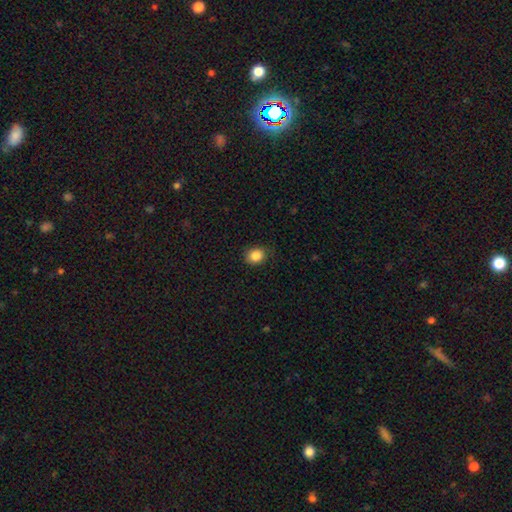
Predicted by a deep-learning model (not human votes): Overall: smooth (86%). How rounded: round (60%; in between 39%). Merging: none (84%).